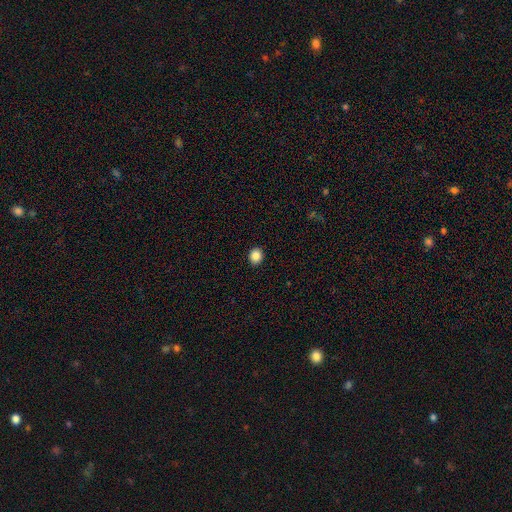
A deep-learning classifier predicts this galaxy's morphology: Q: Smooth or featured?
A: smooth (86%); runner-up: star or artifact (10%)
Q: How rounded?
A: round (72%); runner-up: in between (28%)
Q: Merging?
A: none (92%); runner-up: minor disturbance (5%)